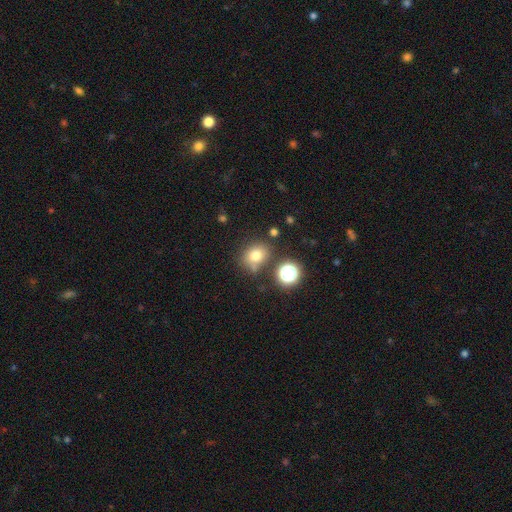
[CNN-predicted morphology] Smooth or featured? smooth (75%)
How rounded? round (58%)
Merging? none (70%)